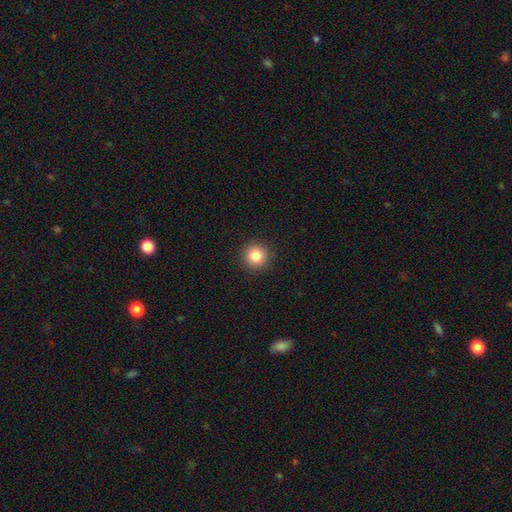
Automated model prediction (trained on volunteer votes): smooth 84%, star or artifact 10%, featured or disk 5%. Down the decision tree: how rounded — round (95%); merging — none (92%).